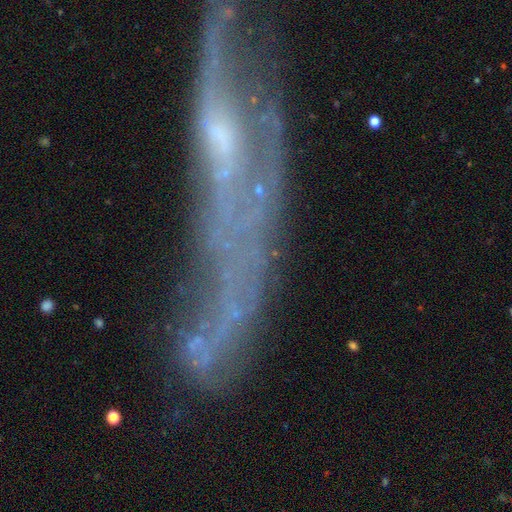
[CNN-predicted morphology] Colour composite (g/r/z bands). It shows a featured or disk galaxy (61%). Merging: none (47%).